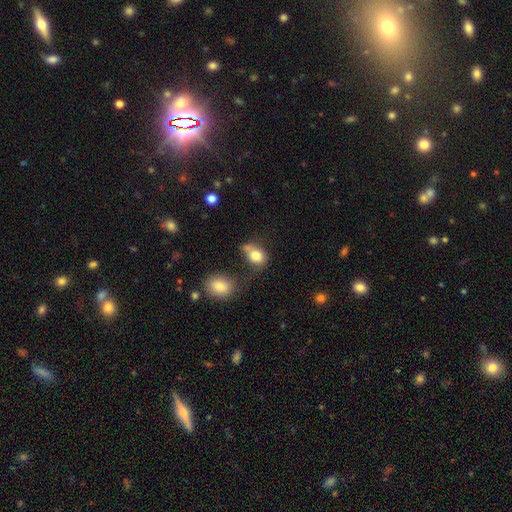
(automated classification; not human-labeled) smooth-or-featured: smooth: 80% | featured or disk: 10% | star or artifact: 10%
  how-rounded: in between: 56% | round: 43% | cigar-shaped: 1%
  merging: none: 37% | merger: 28% | minor disturbance: 22% | major disturbance: 13%